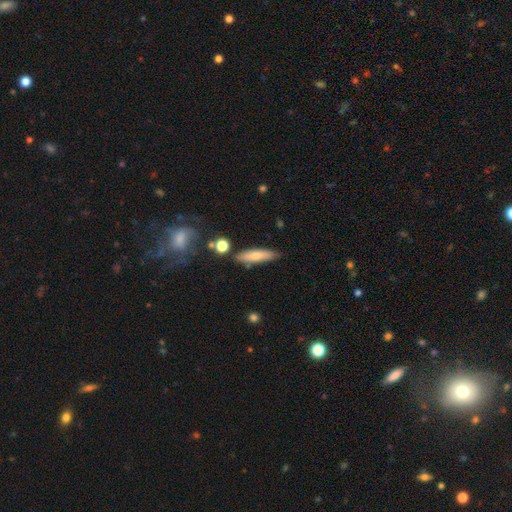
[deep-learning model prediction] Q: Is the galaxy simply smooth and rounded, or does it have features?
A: smooth — 68%.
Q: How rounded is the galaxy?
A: cigar-shaped — 70%.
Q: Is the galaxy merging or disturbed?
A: none — 78%.